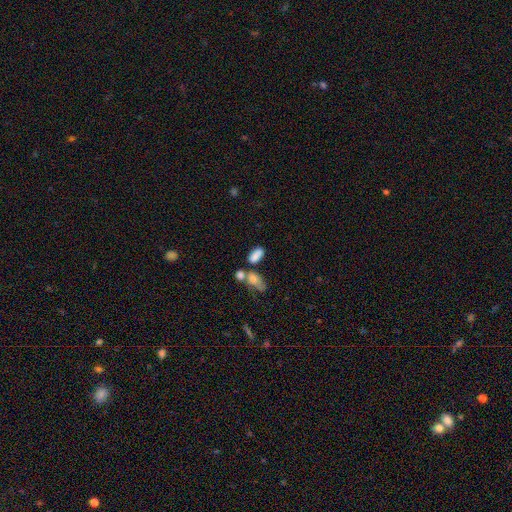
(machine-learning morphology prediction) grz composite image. It shows a smooth galaxy with no disk features (80%) that is in between round and cigar-shaped (87%). Merging: merger (40%).